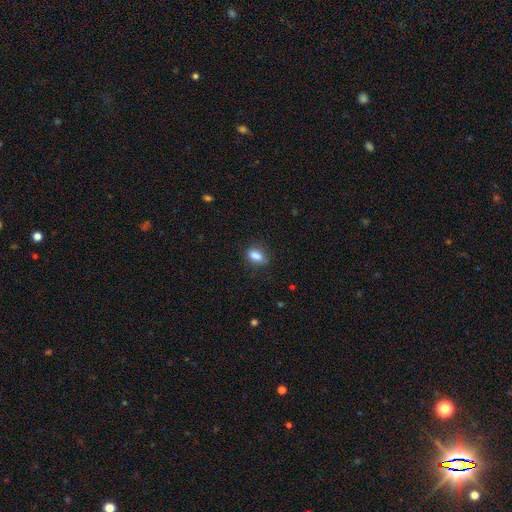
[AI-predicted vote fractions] Smooth or featured? Predicted: smooth (p=0.85). How rounded? Predicted: in between (p=0.82). Merging? Predicted: none (p=0.76).